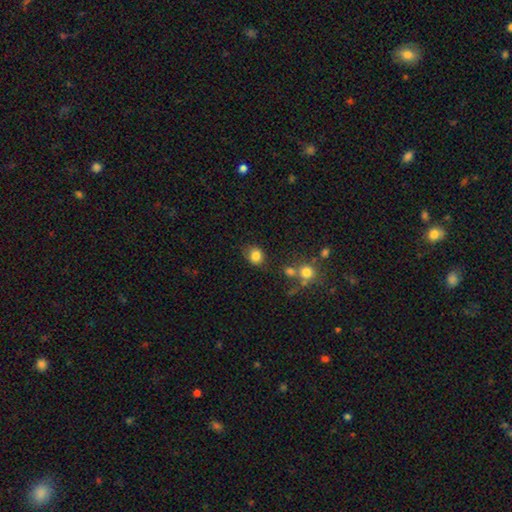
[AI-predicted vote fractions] Smooth or featured: smooth — 84% (star or artifact — 11%)
How rounded: round — 71% (in between — 28%)
Merging: none — 73% (minor disturbance — 17%)